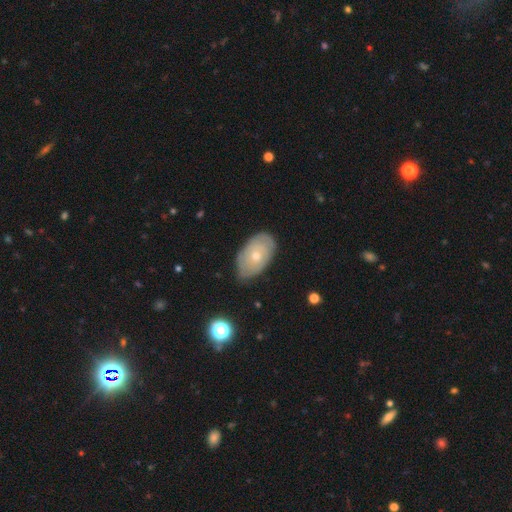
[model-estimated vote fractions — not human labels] Smooth or featured: featured or disk — 54% (smooth — 39%)
Edge-on disk: no — 93% (yes — 7%)
Bar: no — 88% (weak — 10%)
Spiral arms: yes — 58% (no — 42%)
Bulge size: small — 60% (moderate — 37%)
Merging: none — 76% (minor disturbance — 19%)